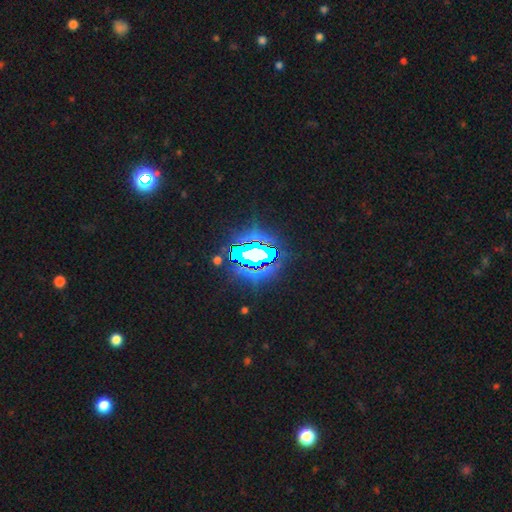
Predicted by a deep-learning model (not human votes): Q: Smooth or featured?
A: star or artifact (73%); runner-up: featured or disk (15%)